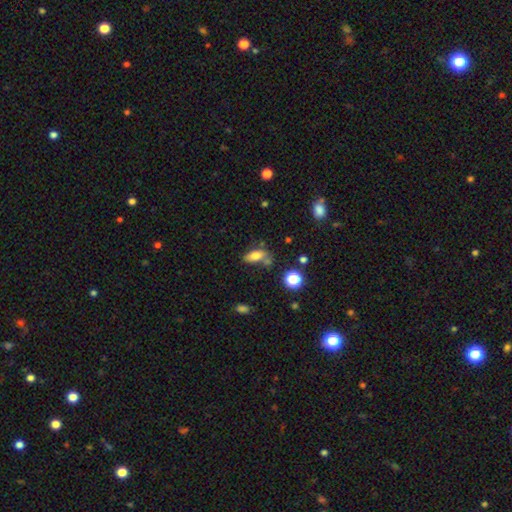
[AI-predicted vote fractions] A smooth galaxy with no disk features (75%) that is in between round and cigar-shaped (83%). Merging: none (51%).